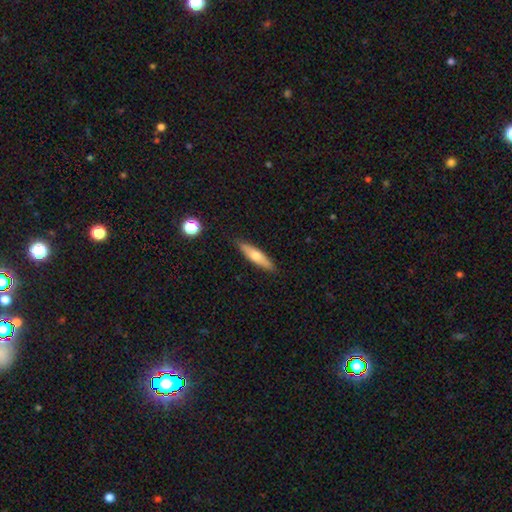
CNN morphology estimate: This appears to be a smooth galaxy with no disk features (55%) that is cigar-shaped (76%). Merging: none (88%).